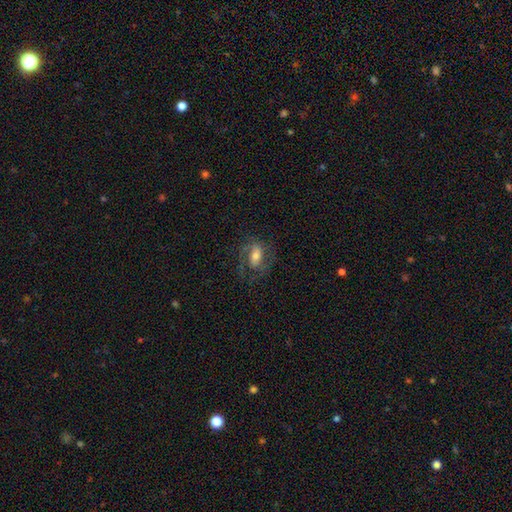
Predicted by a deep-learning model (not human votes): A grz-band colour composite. It shows a featured or disk galaxy (58%) with a weak bar (39%), spiral arms (82%) and a moderate central bulge (54%). Merging: none (62%).